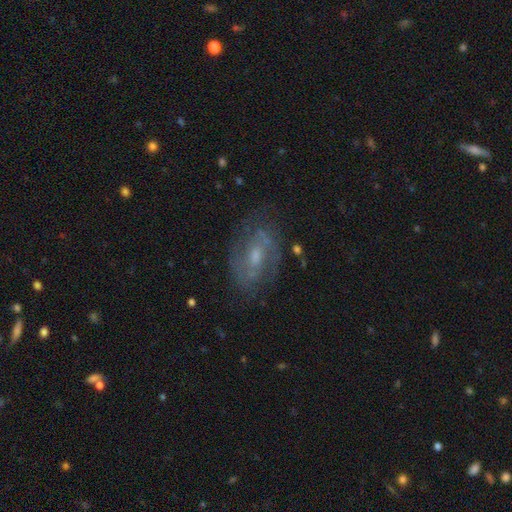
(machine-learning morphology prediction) Smooth or featured? Predicted: featured or disk (p=0.76). Edge-on disk? Predicted: no (p=0.96). Bar? Predicted: weak (p=0.51). Spiral arms? Predicted: yes (p=0.87). Spiral winding? Predicted: medium (p=0.49). Spiral arm count? Predicted: 2 (p=0.74). Bulge size? Predicted: moderate (p=0.49). Merging? Predicted: none (p=0.74).